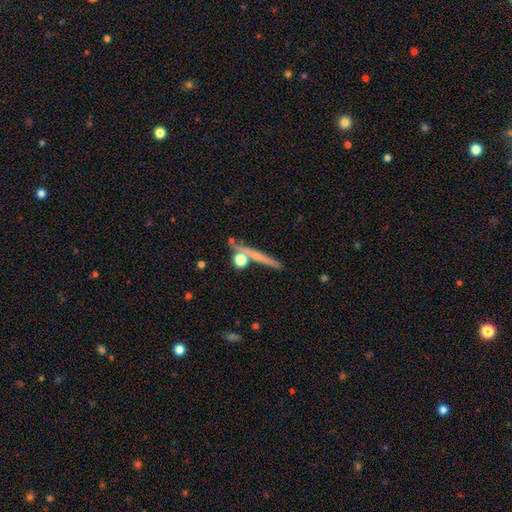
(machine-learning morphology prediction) Smooth or featured: smooth — 50% (featured or disk — 38%)
How rounded: cigar-shaped — 82% (round — 11%)
Merging: none — 75% (minor disturbance — 11%)